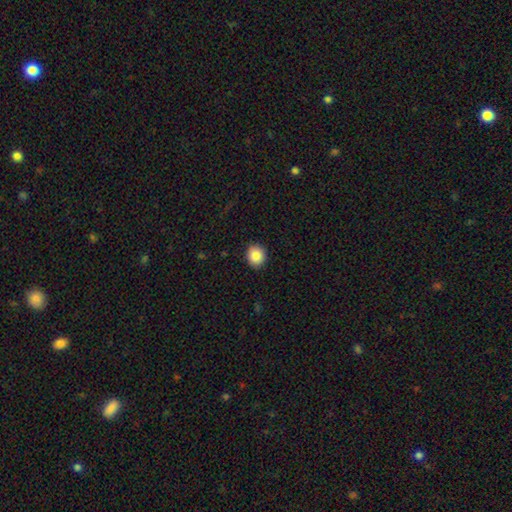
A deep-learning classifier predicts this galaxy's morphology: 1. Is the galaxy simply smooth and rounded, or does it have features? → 86% smooth, 9% star or artifact, 5% featured or disk.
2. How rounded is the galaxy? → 81% round, 18% in between, 1% cigar-shaped.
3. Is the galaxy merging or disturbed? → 91% none, 6% minor disturbance, 2% major disturbance, 1% merger.